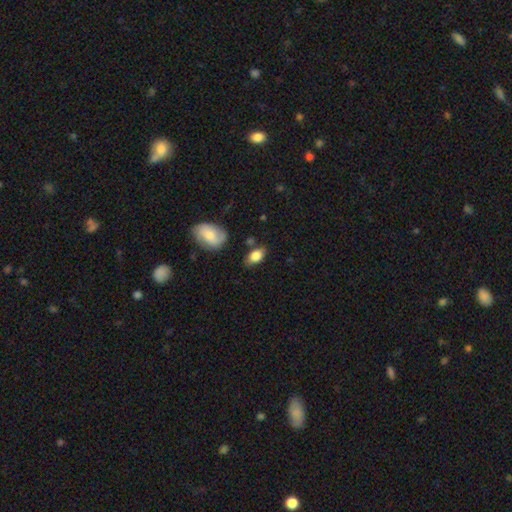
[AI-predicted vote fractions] This is clearly a smooth galaxy (81%). How rounded: clearly in between (89%). Merging: likely none (74%).